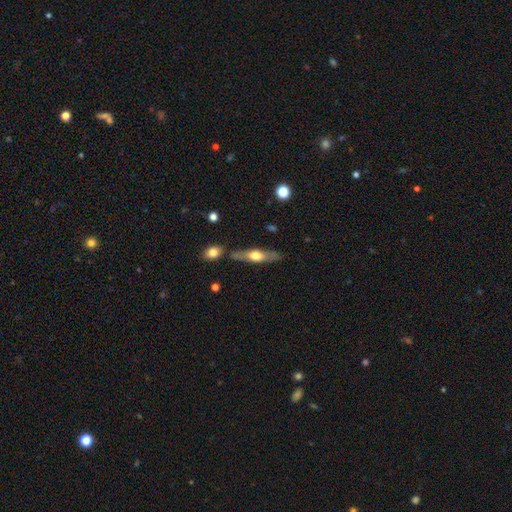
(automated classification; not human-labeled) smooth-or-featured: featured or disk: 50% | smooth: 44% | star or artifact: 5%
  disk-edge-on: yes: 84% | no: 16%
  merging: none: 79% | minor disturbance: 12% | merger: 7% | major disturbance: 3%